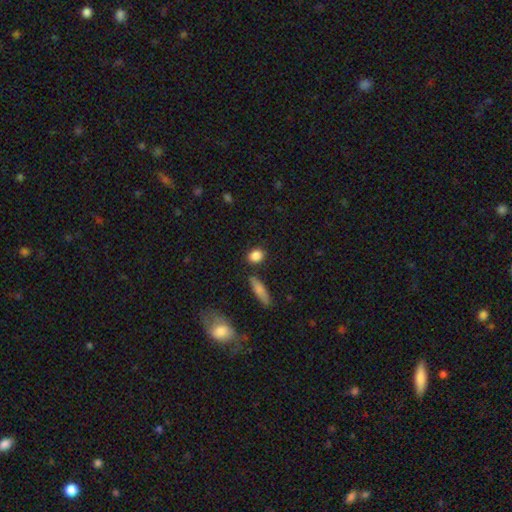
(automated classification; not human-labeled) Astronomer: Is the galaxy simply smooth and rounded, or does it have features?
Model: smooth — 86%.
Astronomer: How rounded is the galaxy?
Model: round — 48% (runner-up: in between, 47%).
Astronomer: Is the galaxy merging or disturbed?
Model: none — 82%.